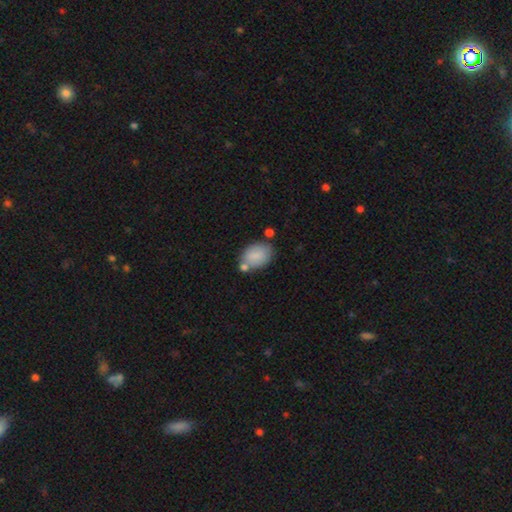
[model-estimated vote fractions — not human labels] smooth-or-featured: smooth: 83% | featured or disk: 10% | star or artifact: 7%
  how-rounded: in between: 85% | round: 14% | cigar-shaped: 1%
  merging: none: 58% | minor disturbance: 19% | merger: 18% | major disturbance: 5%